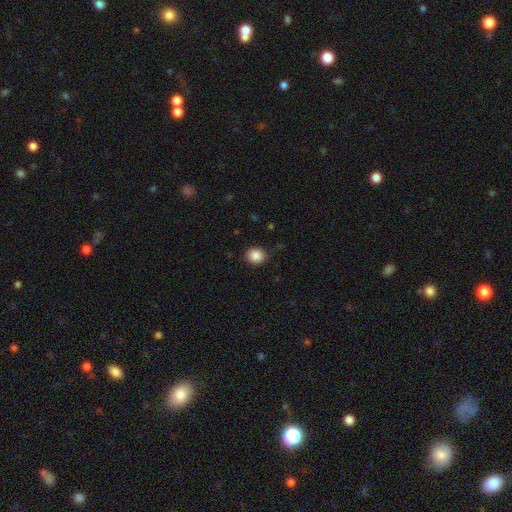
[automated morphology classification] Smooth or featured?
  - smooth: 87% *
  - star or artifact: 9%
  - featured or disk: 3%
How rounded?
  - round: 74% *
  - in between: 25%
  - cigar-shaped: 1%
Merging?
  - none: 84% *
  - minor disturbance: 12%
  - major disturbance: 3%
  - merger: 1%